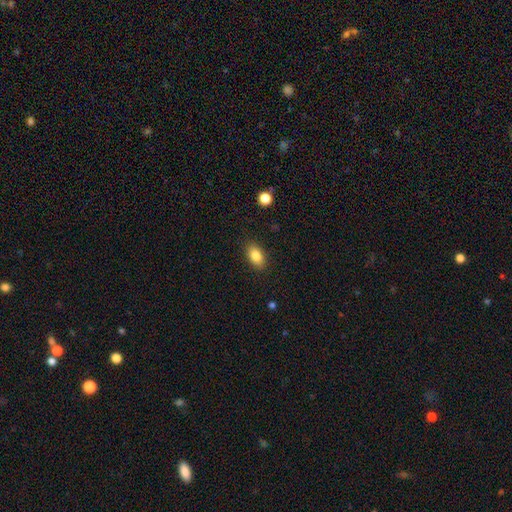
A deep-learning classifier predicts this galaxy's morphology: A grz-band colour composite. It shows a smooth galaxy with no disk features (84%) that is in between round and cigar-shaped (88%). Merging: none (87%).